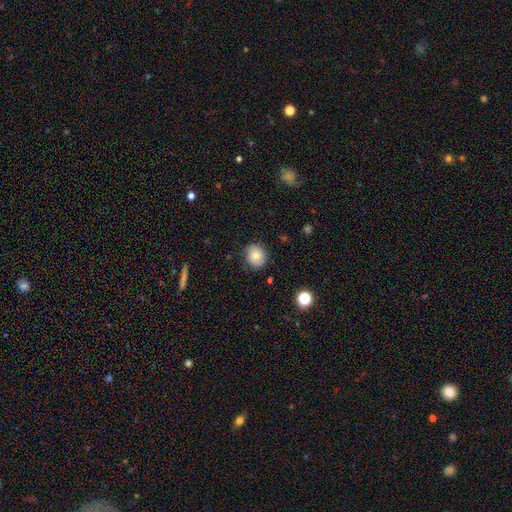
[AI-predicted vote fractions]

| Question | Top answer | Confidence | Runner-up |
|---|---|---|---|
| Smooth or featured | smooth | 70% | featured or disk (20%) |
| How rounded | round | 78% | in between (21%) |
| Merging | none | 77% | minor disturbance (18%) |